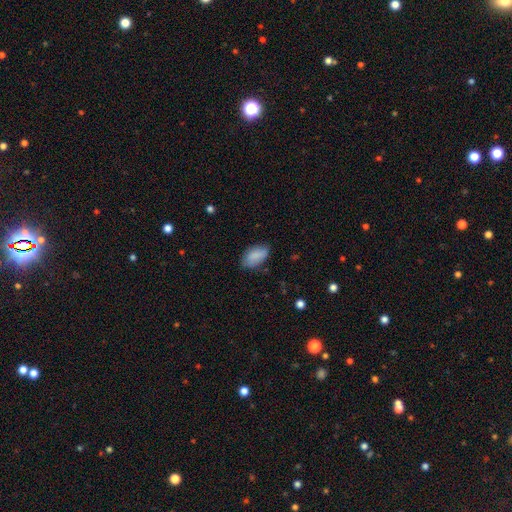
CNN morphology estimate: smooth_or_featured: smooth (p=0.87) [alt: star or artifact p=0.07]
how_rounded: in between (p=0.93) [alt: round p=0.04]
merging: none (p=0.72) [alt: minor disturbance p=0.22]